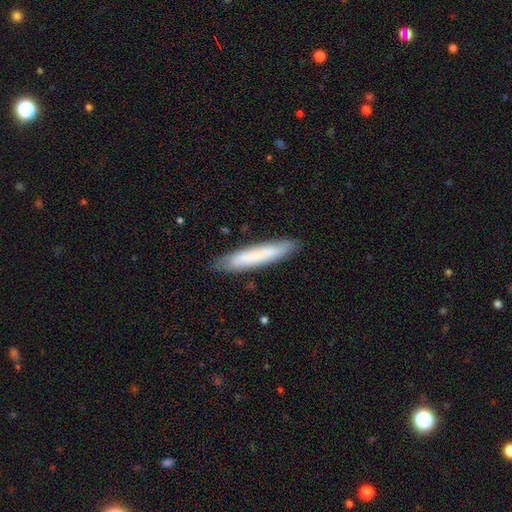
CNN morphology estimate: A smooth galaxy with no disk features (68%) that is cigar-shaped (91%). Merging: none (86%).